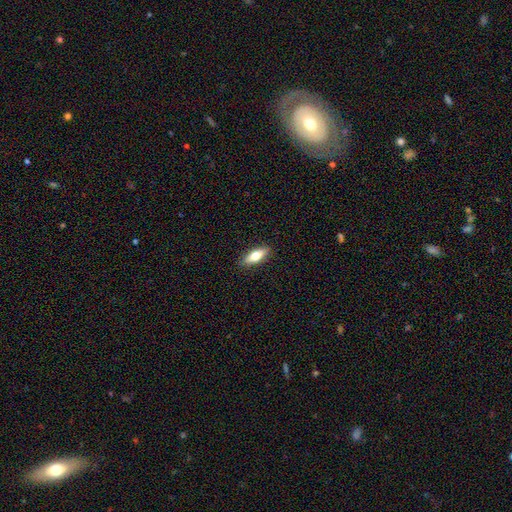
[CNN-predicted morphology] Smooth or featured? Predicted: smooth (p=0.59). How rounded? Predicted: in between (p=0.58). Merging? Predicted: none (p=0.89).